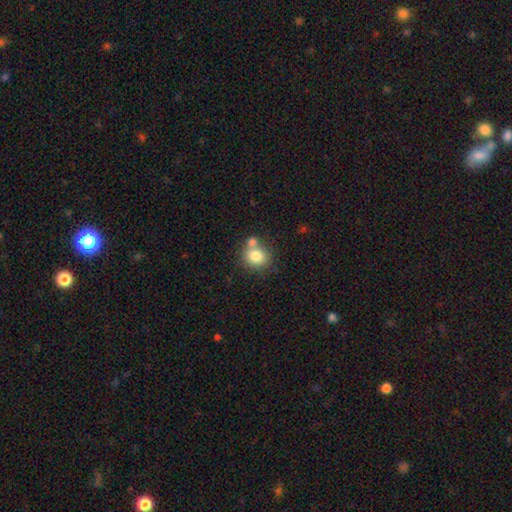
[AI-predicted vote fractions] smooth-or-featured: smooth: 80% | featured or disk: 10% | star or artifact: 10%
  how-rounded: round: 70% | in between: 29% | cigar-shaped: 1%
  merging: none: 54% | merger: 31% | minor disturbance: 11% | major disturbance: 4%